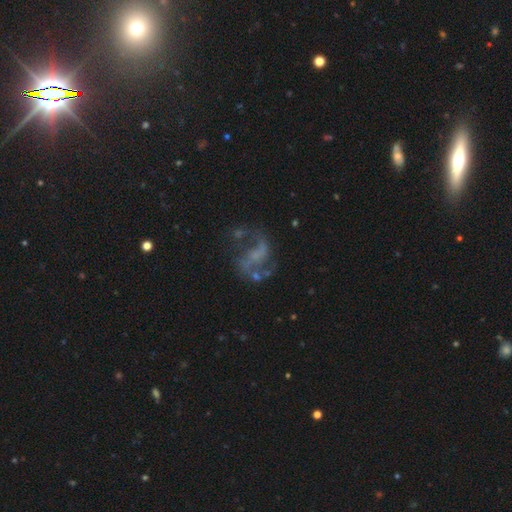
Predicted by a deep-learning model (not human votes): A featured or disk galaxy (78%) with no bar (44%), 2 (83%) loose (62%) spiral arms (84%) and no central bulge (58%).

Vote fractions:
- Smooth or featured? featured or disk: 78% / star or artifact: 13% / smooth: 10%
- Edge-on disk? no: 98% / yes: 2%
- Bar? no: 44% / weak: 39% / strong: 17%
- Spiral arms? yes: 84% / no: 16%
- Spiral winding? loose: 62% / medium: 31% / tight: 7%
- Spiral arm count? 2: 83% / can't tell: 6% / 1: 5% / 3: 3% / 4: 2% / more than 4: 1%
- Bulge size? none: 58% / small: 28% / moderate: 11% / large: 2% / dominant: 1%
- Merging? none: 51% / major disturbance: 24% / minor disturbance: 17% / merger: 8%